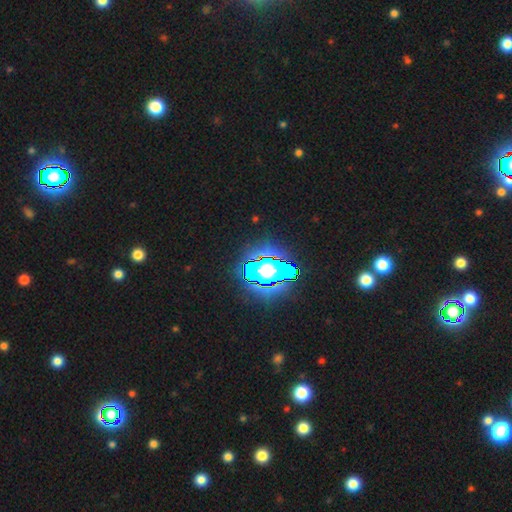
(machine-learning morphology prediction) Smooth or featured?
  - star or artifact: 83% *
  - smooth: 10%
  - featured or disk: 7%